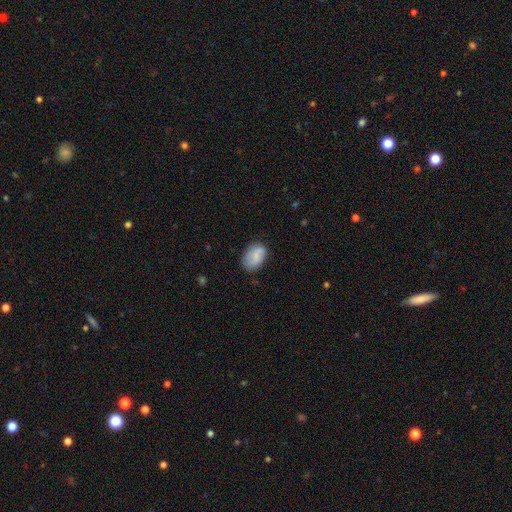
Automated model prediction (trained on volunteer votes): Smooth or featured?
  - smooth: 72% *
  - featured or disk: 20%
  - star or artifact: 8%
How rounded?
  - in between: 84% *
  - round: 14%
  - cigar-shaped: 1%
Merging?
  - none: 69% *
  - minor disturbance: 23%
  - major disturbance: 6%
  - merger: 3%